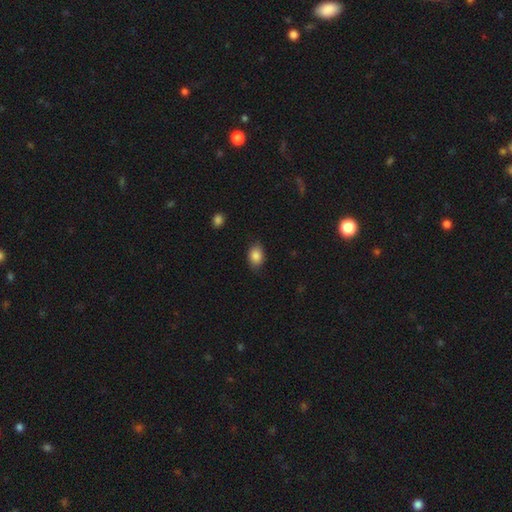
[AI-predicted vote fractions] Smooth or featured: smooth — 86% (star or artifact — 8%)
How rounded: in between — 77% (round — 21%)
Merging: none — 80% (minor disturbance — 16%)